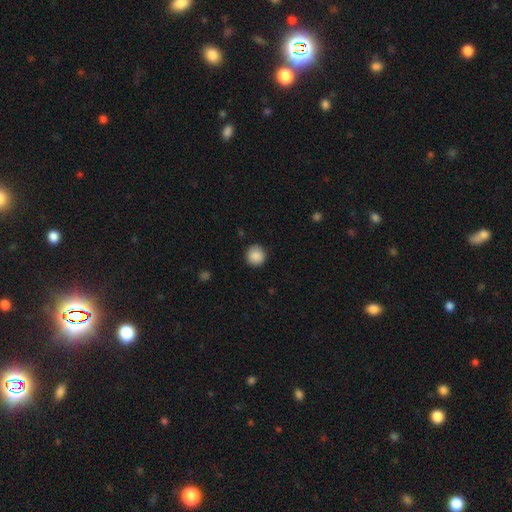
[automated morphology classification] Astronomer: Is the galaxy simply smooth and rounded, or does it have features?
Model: smooth — 89%.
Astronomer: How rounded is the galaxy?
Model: round — 94%.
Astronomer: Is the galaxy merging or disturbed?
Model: none — 91%.